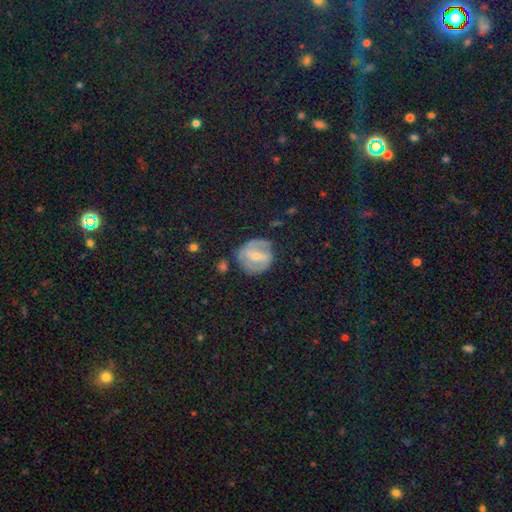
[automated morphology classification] smooth_or_featured: featured or disk (p=0.62) [alt: smooth p=0.30]
disk_edge_on: no (p=0.96) [alt: yes p=0.04]
bar: weak (p=0.43) [alt: strong p=0.36]
has_spiral_arms: yes (p=0.76) [alt: no p=0.24]
bulge_size: small (p=0.60) [alt: moderate p=0.34]
merging: none (p=0.70) [alt: minor disturbance p=0.19]